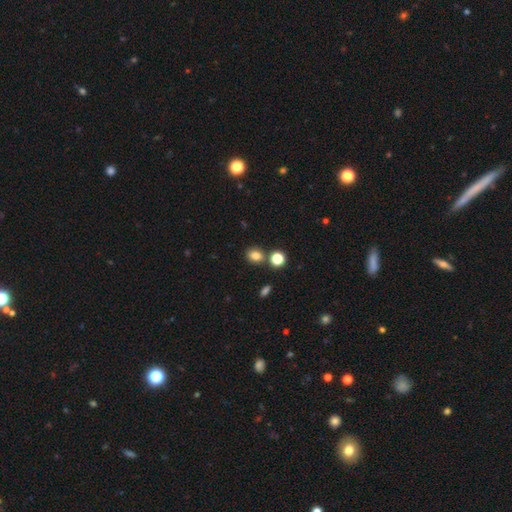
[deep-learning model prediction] This appears to be a smooth galaxy with no disk features (80%) that is round (57%). Merging: none (75%).